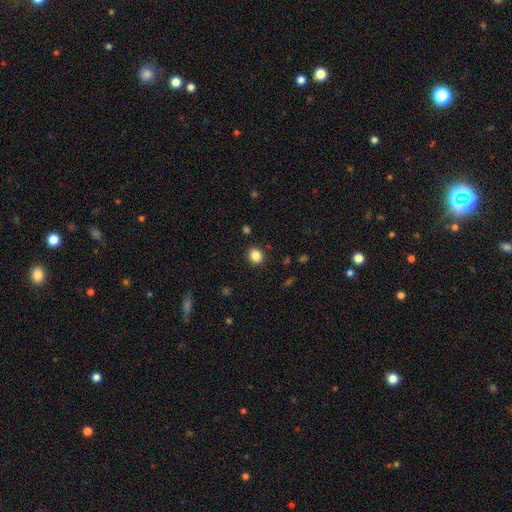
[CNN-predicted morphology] The model was most divided on "how rounded": round: 64%, in between: 35%, cigar-shaped: 1%. More confident: merging — none (89%); smooth or featured — smooth (85%).